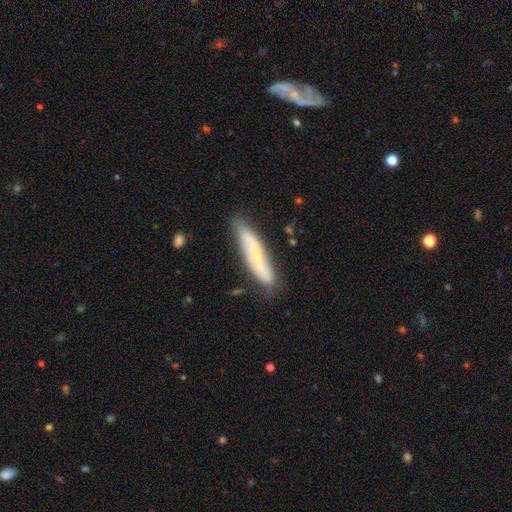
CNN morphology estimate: type=featured or disk (56%); edge-on=no (60%); merging=none (79%).